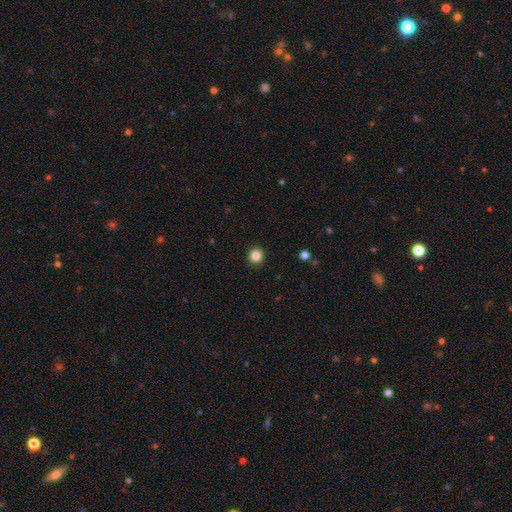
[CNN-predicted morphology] type=smooth (85%); roundness=round (91%); merging=none (93%).